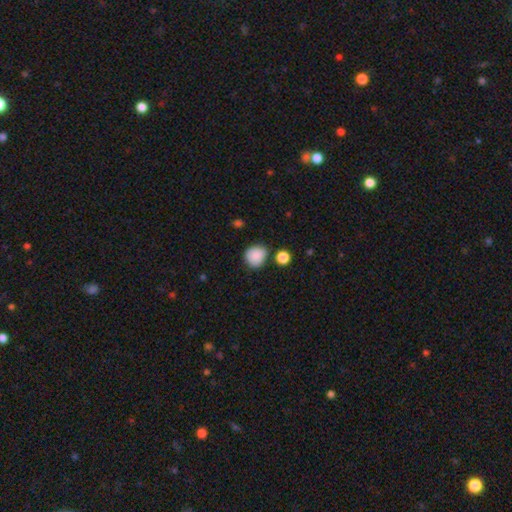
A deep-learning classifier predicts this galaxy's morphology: Smooth or featured? Predicted: smooth (p=0.86). How rounded? Predicted: round (p=0.84). Merging? Predicted: none (p=0.76).